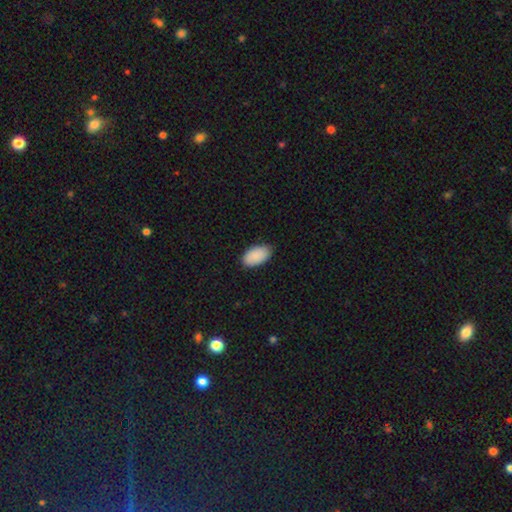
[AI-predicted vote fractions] Overall: smooth (90%). How rounded: in between (95%). Merging: none (82%).